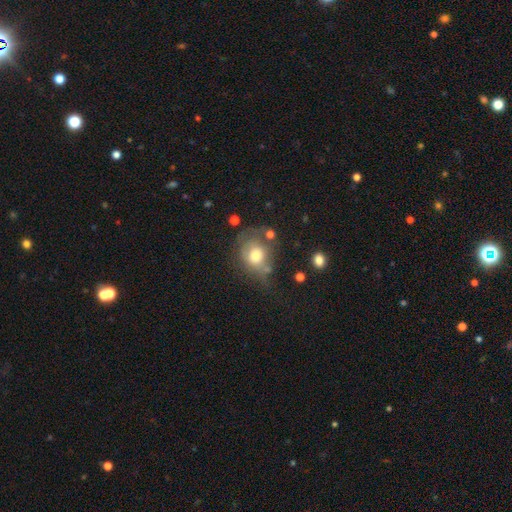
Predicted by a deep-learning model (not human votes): Smooth or featured?
  - smooth: 66% *
  - featured or disk: 24%
  - star or artifact: 10%
How rounded?
  - round: 64% *
  - in between: 34%
  - cigar-shaped: 1%
Merging?
  - none: 41% *
  - minor disturbance: 28%
  - major disturbance: 22%
  - merger: 9%